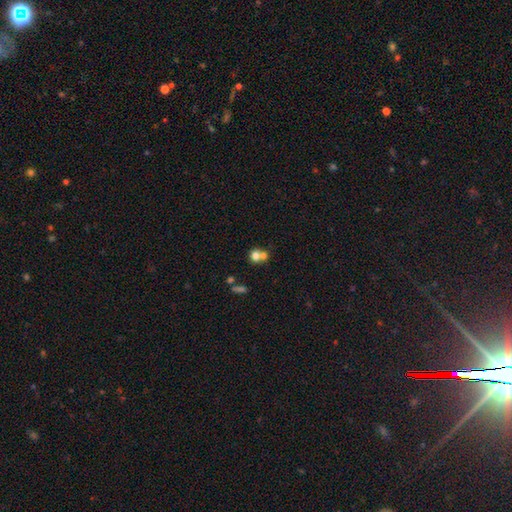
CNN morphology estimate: The model was most divided on "merging": merger: 56%, none: 35%, minor disturbance: 6%, major disturbance: 3%. More confident: how rounded — round (81%); smooth or featured — smooth (72%).